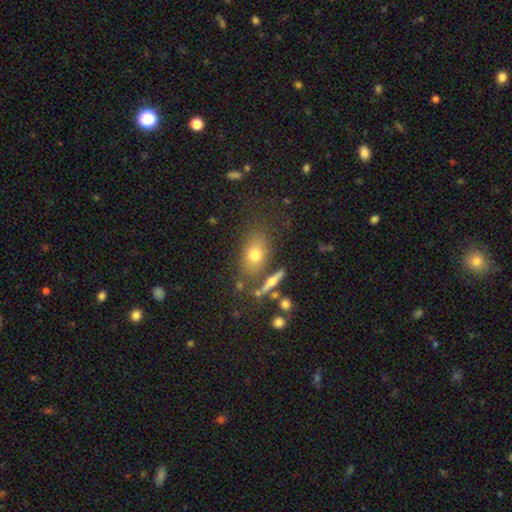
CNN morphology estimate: This is likely a smooth galaxy (68%). How rounded: likely in between (71%). Merging: likely none (67%).